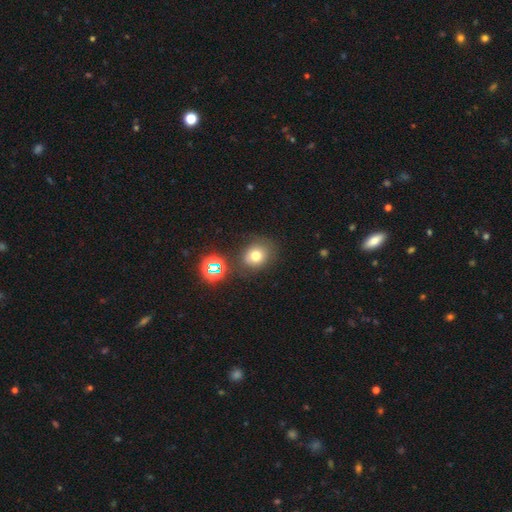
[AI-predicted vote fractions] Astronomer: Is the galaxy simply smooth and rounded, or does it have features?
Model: smooth — 71%.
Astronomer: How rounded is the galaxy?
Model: round — 67%.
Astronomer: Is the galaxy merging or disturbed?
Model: none — 74%.